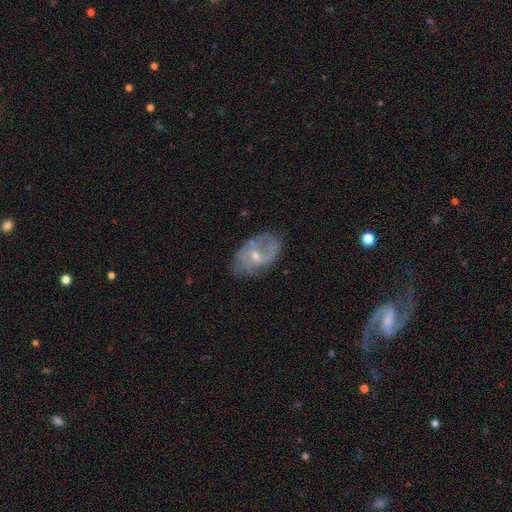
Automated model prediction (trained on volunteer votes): This appears to be a featured or disk galaxy (70%) with no bar (49%), 2 (56%) medium (41%) spiral arms (75%) and a small central bulge (57%). Merging: none (62%).